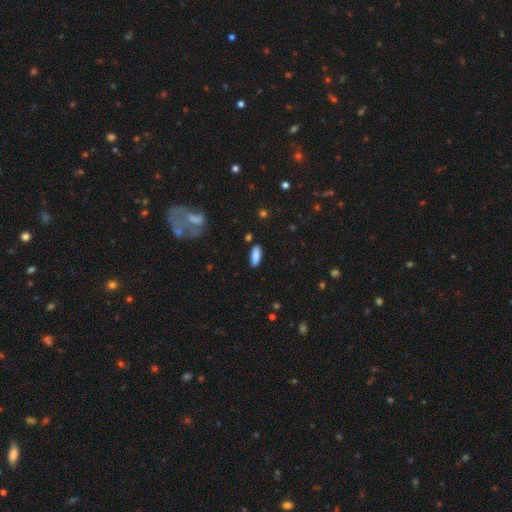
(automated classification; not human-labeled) This is clearly a smooth galaxy (85%). How rounded: likely in between (70%). Merging: clearly none (86%).